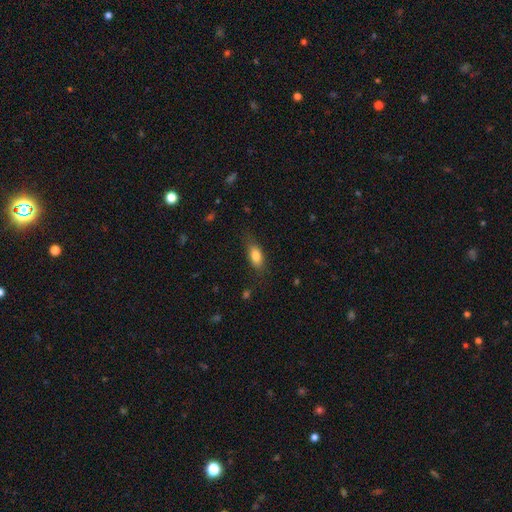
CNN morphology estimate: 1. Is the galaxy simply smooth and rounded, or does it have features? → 81% smooth, 11% featured or disk, 8% star or artifact.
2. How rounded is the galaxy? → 82% in between, 14% cigar-shaped, 5% round.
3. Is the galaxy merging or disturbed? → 72% none, 20% minor disturbance, 6% major disturbance, 1% merger.